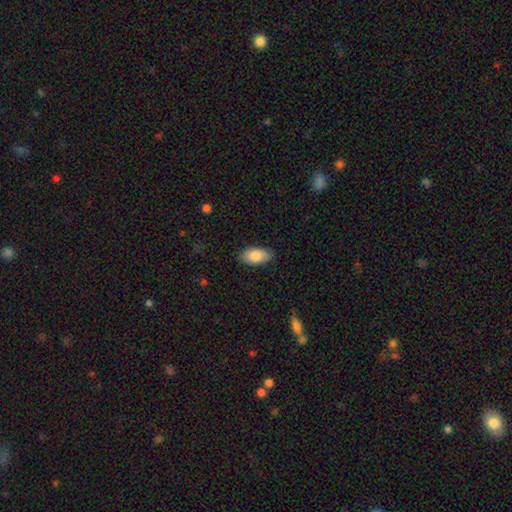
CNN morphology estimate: Overall: smooth (84%). How rounded: in between (94%). Merging: none (86%).